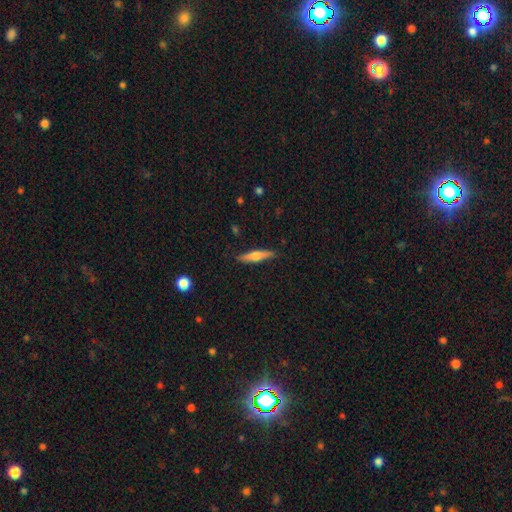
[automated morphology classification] smooth 48%, featured or disk 46%, star or artifact 6%. Down the decision tree: merging — none (88%).